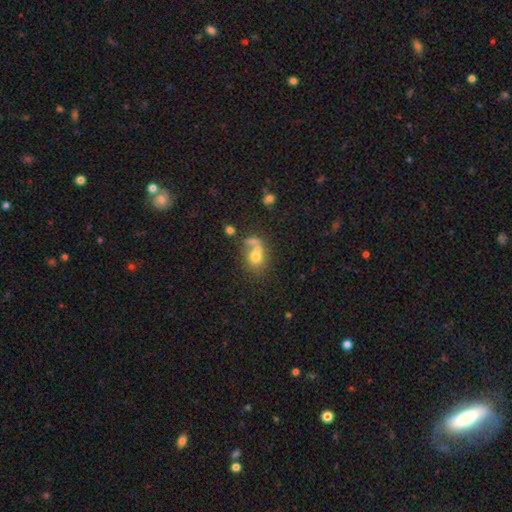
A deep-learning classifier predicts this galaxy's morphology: Smooth or featured? Predicted: smooth (p=0.69). How rounded? Predicted: round (p=0.57). Merging? Predicted: merger (p=0.46).